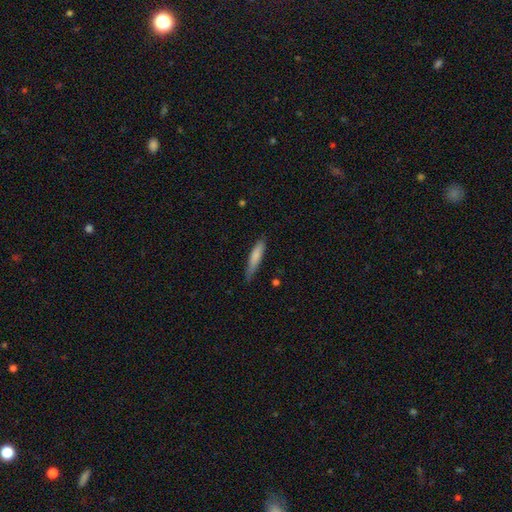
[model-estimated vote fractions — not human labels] smooth 80%, featured or disk 15%, star or artifact 6%. Down the decision tree: how rounded — cigar-shaped (83%); merging — none (72%).